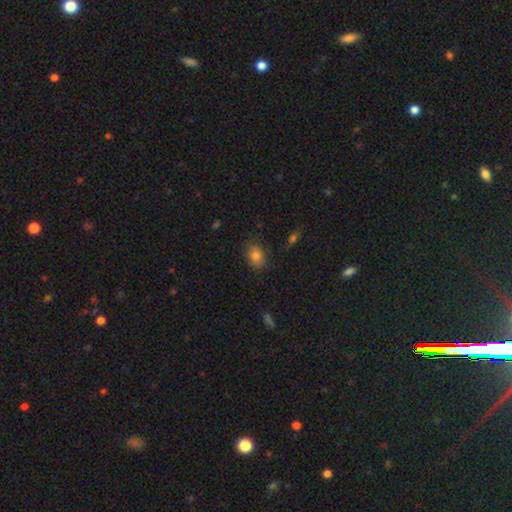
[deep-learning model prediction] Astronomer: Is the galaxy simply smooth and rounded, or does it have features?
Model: smooth — 81%.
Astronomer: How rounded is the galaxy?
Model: in between — 70%.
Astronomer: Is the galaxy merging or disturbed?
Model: none — 81%.